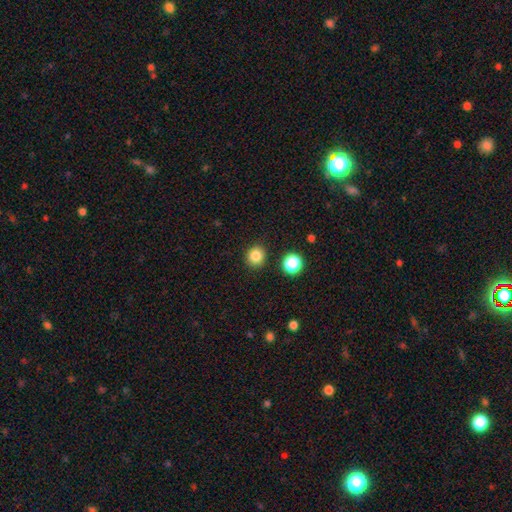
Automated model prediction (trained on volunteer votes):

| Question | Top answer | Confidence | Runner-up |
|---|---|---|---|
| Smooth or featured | smooth | 84% | star or artifact (12%) |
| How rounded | round | 85% | in between (14%) |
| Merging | none | 89% | minor disturbance (7%) |